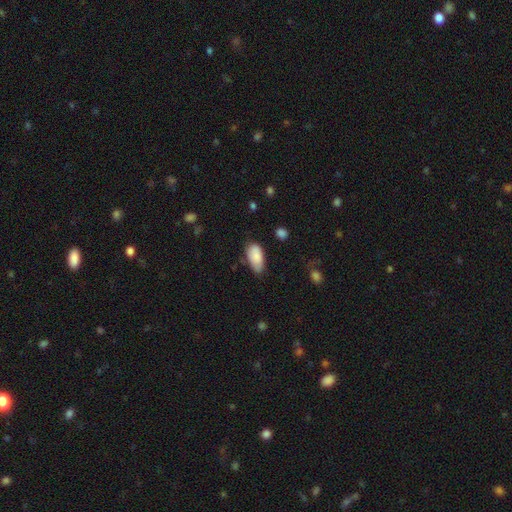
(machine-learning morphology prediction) Q: Smooth or featured?
A: smooth (86%); runner-up: featured or disk (8%)
Q: How rounded?
A: in between (93%); runner-up: cigar-shaped (5%)
Q: Merging?
A: none (62%); runner-up: minor disturbance (30%)